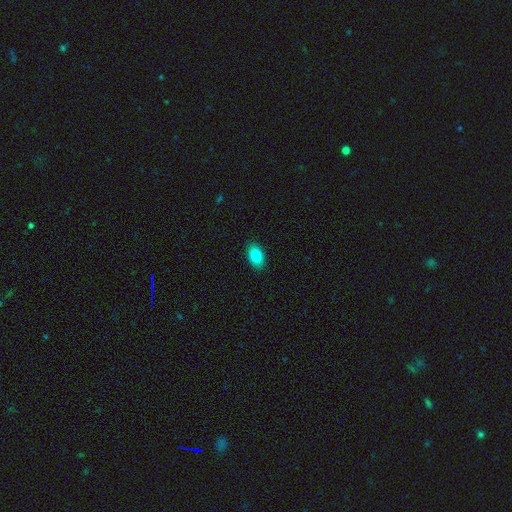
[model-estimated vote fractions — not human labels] The model was most divided on "smooth or featured": smooth: 83%, featured or disk: 9%, star or artifact: 8%. More confident: how rounded — in between (91%); merging — none (89%).